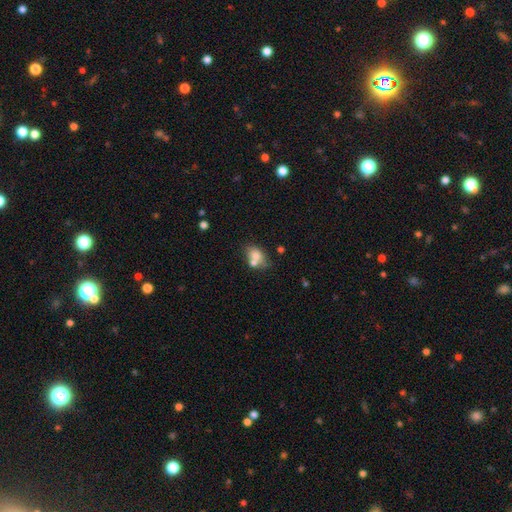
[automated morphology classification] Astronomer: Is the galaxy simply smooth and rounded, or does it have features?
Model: smooth — 72%.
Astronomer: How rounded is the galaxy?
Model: in between — 73%.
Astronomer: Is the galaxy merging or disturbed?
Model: none — 40% (runner-up: merger, 38%).